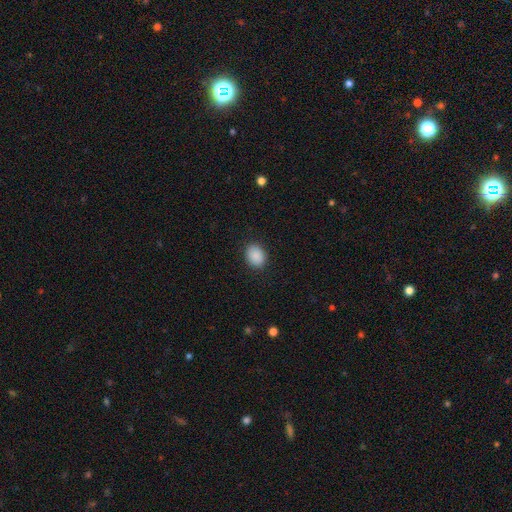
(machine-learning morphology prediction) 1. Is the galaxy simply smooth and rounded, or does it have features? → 90% smooth, 8% star or artifact, 3% featured or disk.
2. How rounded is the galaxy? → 62% in between, 37% round, 1% cigar-shaped.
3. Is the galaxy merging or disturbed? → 89% none, 8% minor disturbance, 2% major disturbance, 1% merger.